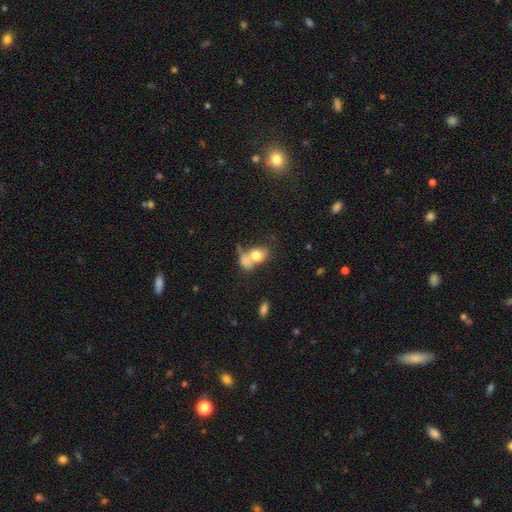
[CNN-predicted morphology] Q: Smooth or featured?
A: smooth (74%); runner-up: featured or disk (17%)
Q: How rounded?
A: in between (68%); runner-up: round (30%)
Q: Merging?
A: merger (58%); runner-up: none (20%)